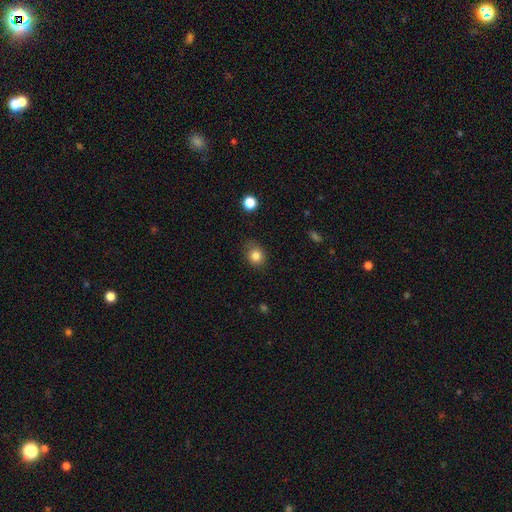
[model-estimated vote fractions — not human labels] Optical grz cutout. It shows a smooth galaxy with no disk features (83%) that is round (65%). Merging: none (77%).